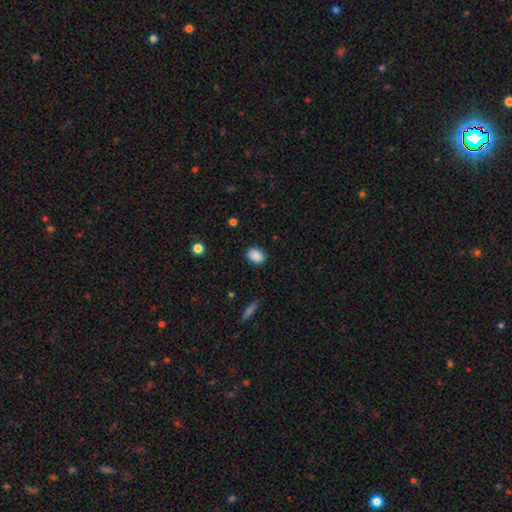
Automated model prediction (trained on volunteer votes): A smooth galaxy with no disk features (89%) that is in between round and cigar-shaped (74%).

Vote fractions:
- Smooth or featured? smooth: 89% / star or artifact: 8% / featured or disk: 3%
- How rounded? in between: 74% / round: 25% / cigar-shaped: 1%
- Merging? none: 87% / minor disturbance: 10% / major disturbance: 3% / merger: 1%